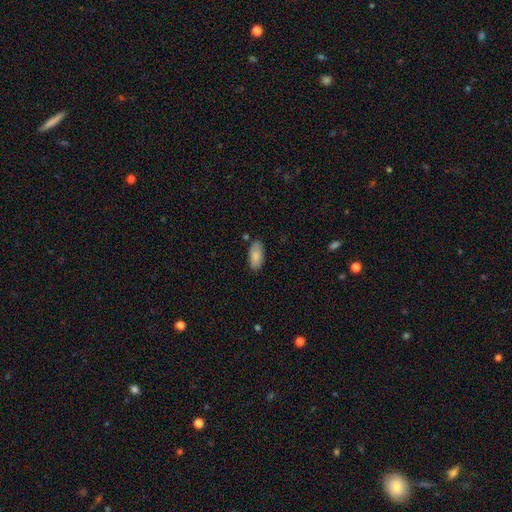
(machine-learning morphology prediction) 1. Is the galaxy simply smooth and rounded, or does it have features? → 85% smooth, 9% featured or disk, 6% star or artifact.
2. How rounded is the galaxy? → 92% in between, 6% cigar-shaped, 2% round.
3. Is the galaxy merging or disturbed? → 82% none, 12% minor disturbance, 3% merger, 3% major disturbance.